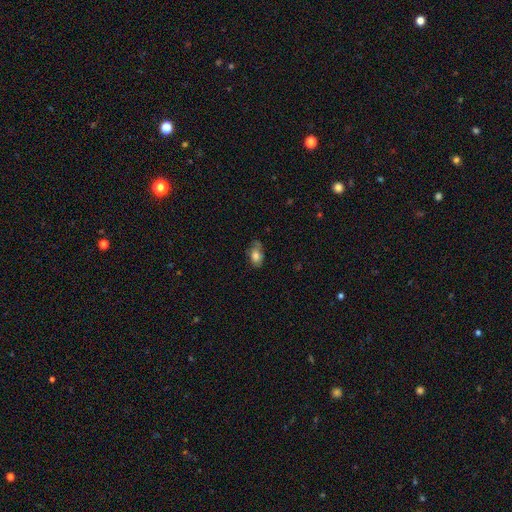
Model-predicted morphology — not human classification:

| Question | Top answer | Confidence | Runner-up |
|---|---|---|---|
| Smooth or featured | smooth | 76% | featured or disk (15%) |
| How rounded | in between | 86% | round (12%) |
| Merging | none | 58% | minor disturbance (31%) |